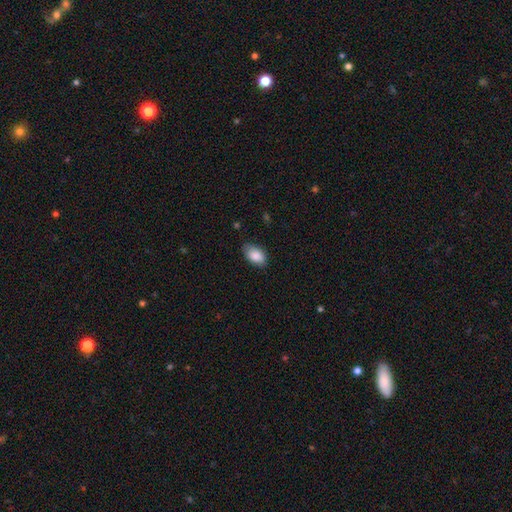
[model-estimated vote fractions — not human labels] Smooth or featured? Predicted: smooth (p=0.87). How rounded? Predicted: in between (p=0.92). Merging? Predicted: none (p=0.76).